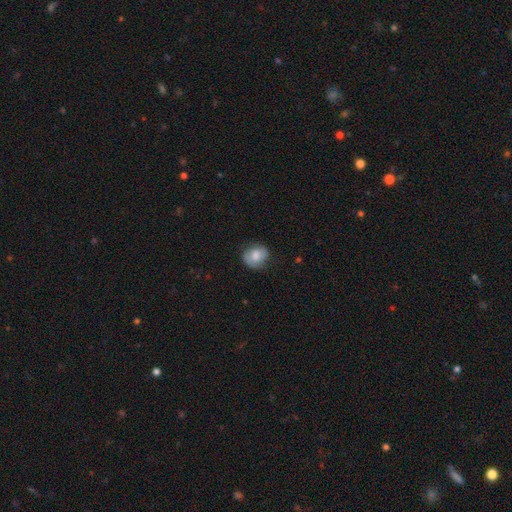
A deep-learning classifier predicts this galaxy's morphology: Q: Smooth or featured?
A: smooth (71%); runner-up: featured or disk (21%)
Q: How rounded?
A: round (68%); runner-up: in between (31%)
Q: Merging?
A: none (73%); runner-up: minor disturbance (20%)